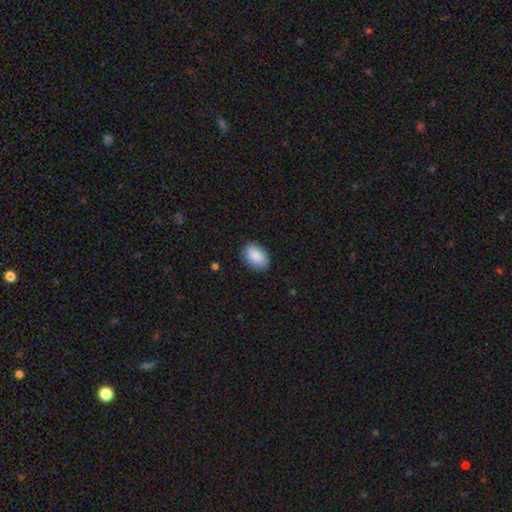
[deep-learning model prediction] Smooth or featured: smooth — 89% (star or artifact — 6%)
How rounded: in between — 89% (round — 9%)
Merging: none — 85% (minor disturbance — 12%)